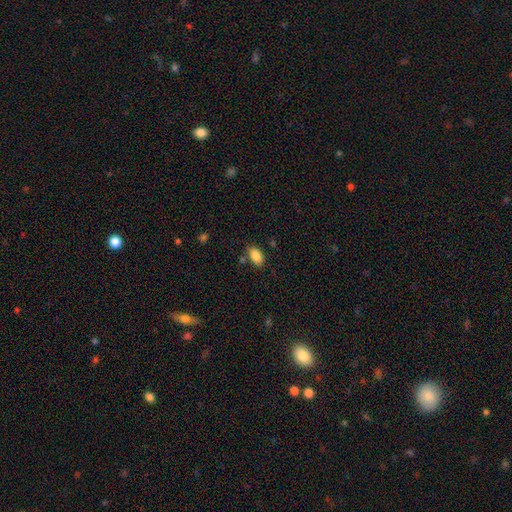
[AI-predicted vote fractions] Smooth or featured? Predicted: smooth (p=0.87). How rounded? Predicted: in between (p=0.92). Merging? Predicted: none (p=0.78).